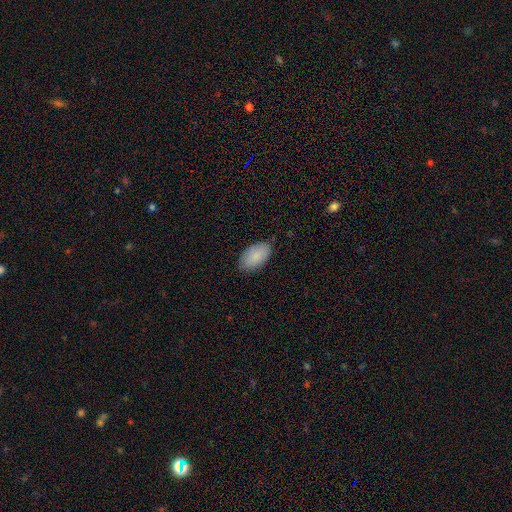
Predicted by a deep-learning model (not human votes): The model was most divided on "merging": none: 82%, minor disturbance: 15%, major disturbance: 3%, merger: 1%. More confident: how rounded — in between (95%); smooth or featured — smooth (88%).